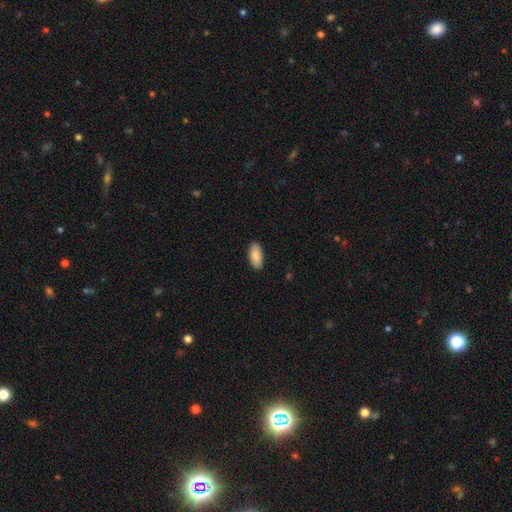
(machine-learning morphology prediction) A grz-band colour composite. It shows a smooth galaxy with no disk features (90%) that is in between round and cigar-shaped (92%). Merging: none (90%).